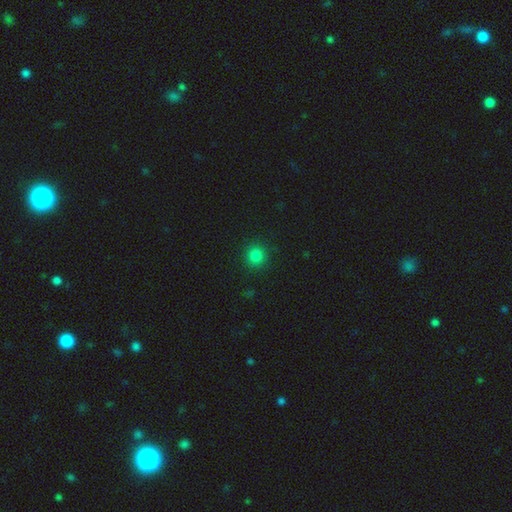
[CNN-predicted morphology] This is clearly a smooth galaxy (83%). How rounded: clearly round (92%). Merging: clearly none (91%).